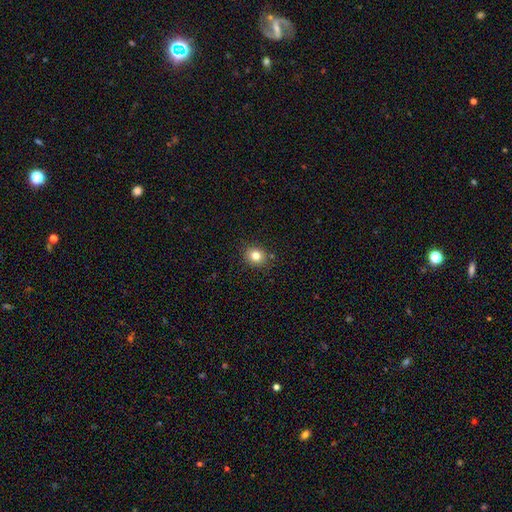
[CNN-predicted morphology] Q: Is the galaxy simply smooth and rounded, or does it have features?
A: smooth — 81%.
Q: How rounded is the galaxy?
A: round — 75%.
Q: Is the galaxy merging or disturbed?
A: none — 88%.